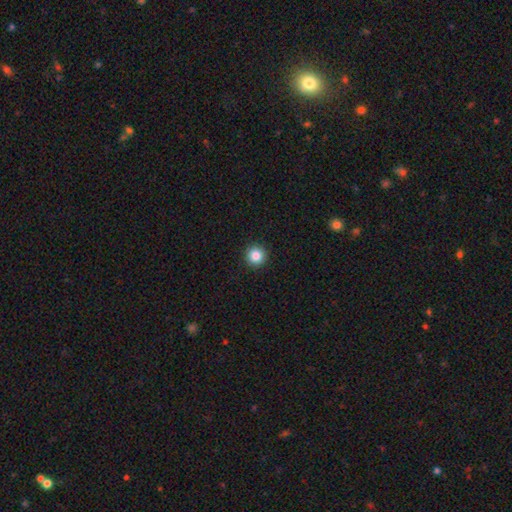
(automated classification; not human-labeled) This appears to be a smooth galaxy with no disk features (85%) that is round (96%). Merging: none (93%).